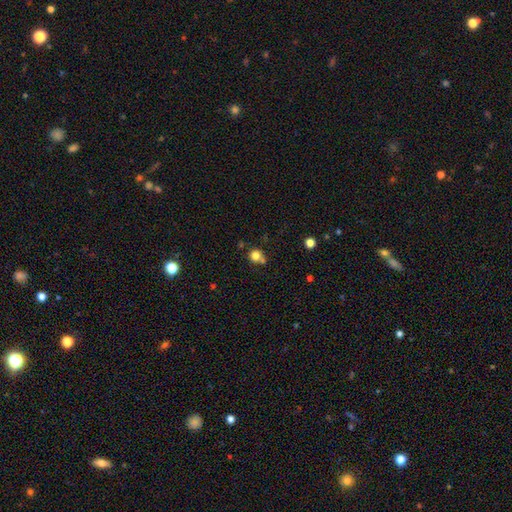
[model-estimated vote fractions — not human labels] Smooth or featured? smooth (78%)
How rounded? round (88%)
Merging? none (61%)